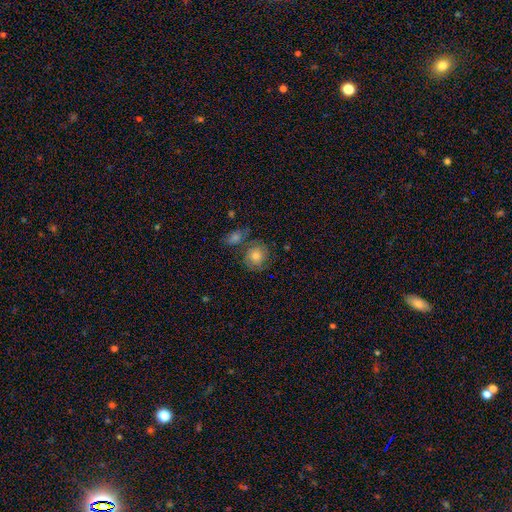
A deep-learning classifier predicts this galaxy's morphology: smooth_or_featured: smooth (p=0.56) [alt: featured or disk p=0.34]
how_rounded: round (p=0.82) [alt: in between p=0.17]
merging: none (p=0.63) [alt: merger p=0.16]